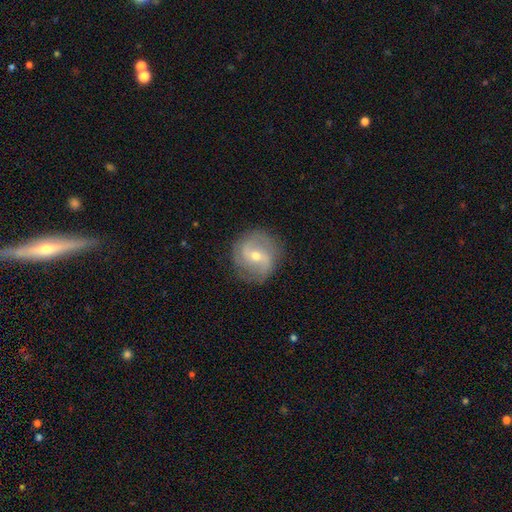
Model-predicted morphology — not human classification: A featured or disk galaxy (79%) with a weak bar (48%), 2 (81%) medium (46%) spiral arms (92%) and a small central bulge (48%, tied with moderate). Merging: none (83%).